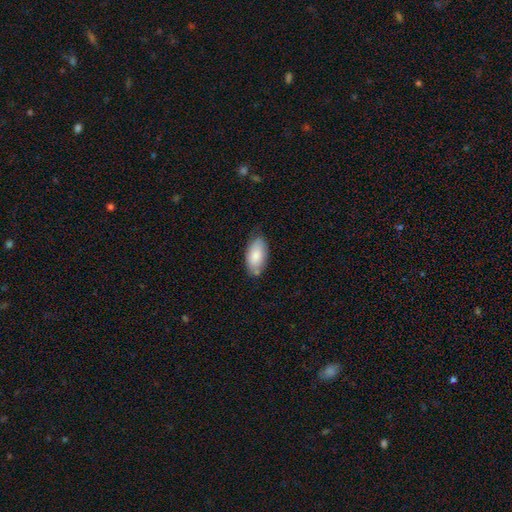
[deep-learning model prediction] A smooth galaxy with no disk features (83%) that is in between round and cigar-shaped (94%). Merging: none (69%).